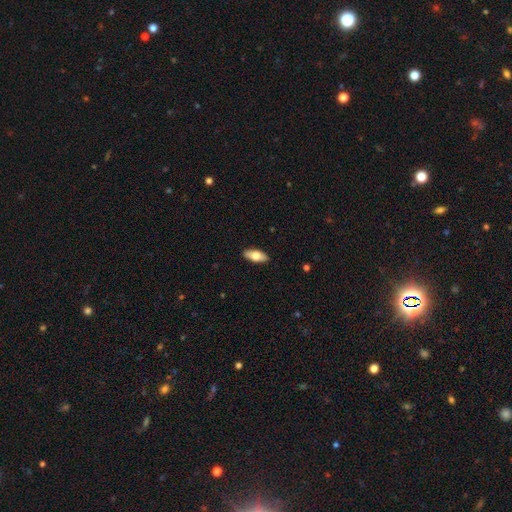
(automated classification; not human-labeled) Smooth or featured? Predicted: smooth (p=0.70). How rounded? Predicted: in between (p=0.83). Merging? Predicted: none (p=0.89).